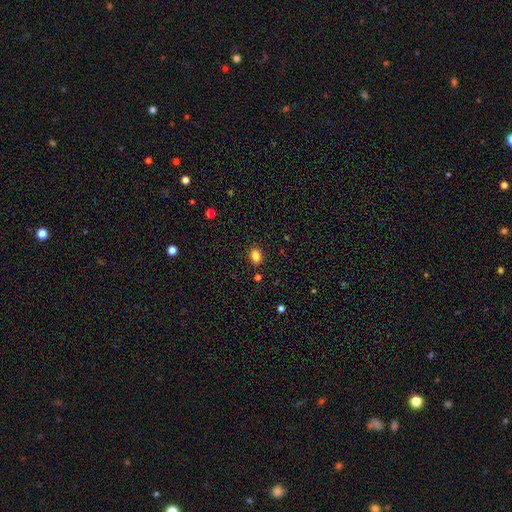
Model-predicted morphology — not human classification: smooth_or_featured: smooth (p=0.85) [alt: star or artifact p=0.11]
how_rounded: in between (p=0.68) [alt: round p=0.31]
merging: none (p=0.85) [alt: minor disturbance p=0.10]